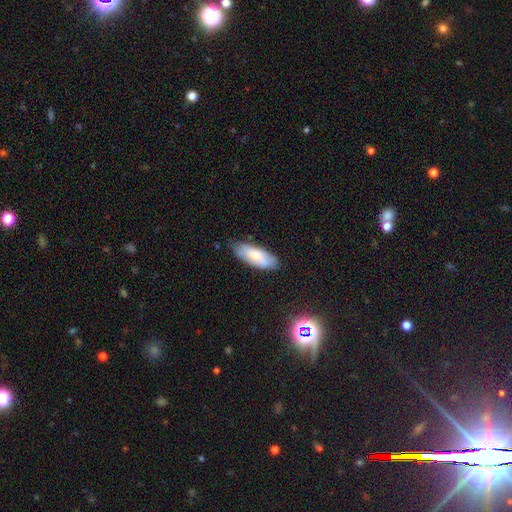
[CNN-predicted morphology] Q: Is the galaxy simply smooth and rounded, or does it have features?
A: smooth — 65%.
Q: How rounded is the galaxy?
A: in between — 76%.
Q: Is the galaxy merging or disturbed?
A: none — 74%.